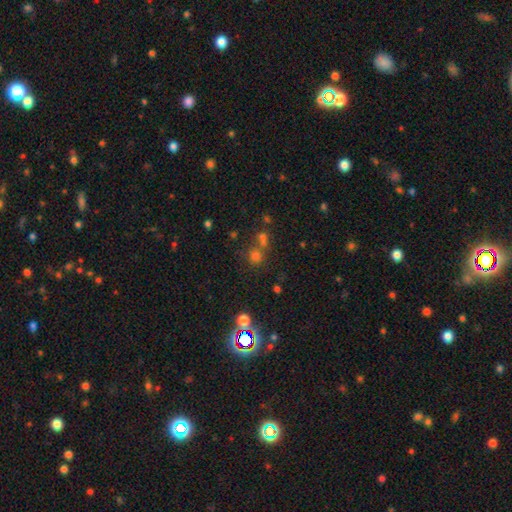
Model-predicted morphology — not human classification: This appears to be a star or artifact, not a galaxy (50%).